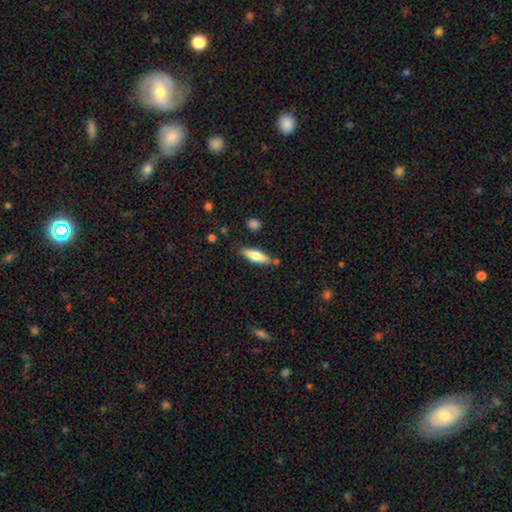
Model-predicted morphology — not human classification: Smooth or featured? smooth (60%)
How rounded? cigar-shaped (57%)
Merging? none (80%)